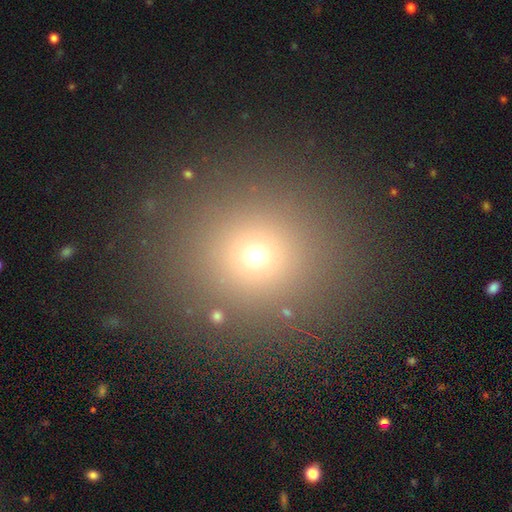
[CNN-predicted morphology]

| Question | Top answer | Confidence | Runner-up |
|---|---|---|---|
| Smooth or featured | smooth | 66% | star or artifact (25%) |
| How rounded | round | 90% | in between (9%) |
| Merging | none | 88% | minor disturbance (6%) |